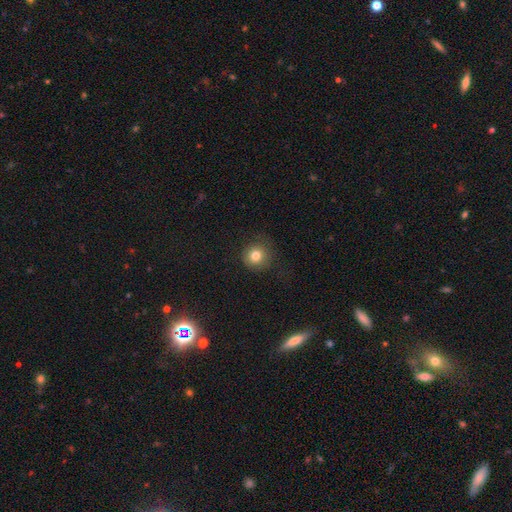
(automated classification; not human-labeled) The model was most divided on "smooth or featured": smooth: 81%, star or artifact: 12%, featured or disk: 8%. More confident: how rounded — round (92%); merging — none (82%).